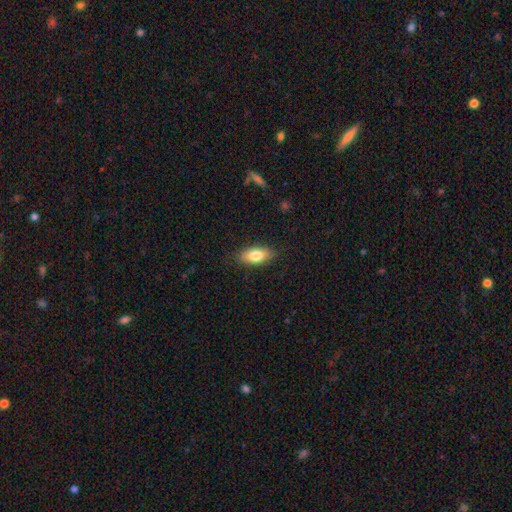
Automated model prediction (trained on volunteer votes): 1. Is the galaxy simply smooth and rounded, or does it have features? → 80% smooth, 14% featured or disk, 7% star or artifact.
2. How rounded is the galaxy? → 84% in between, 13% cigar-shaped, 3% round.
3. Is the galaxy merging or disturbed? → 85% none, 11% minor disturbance, 3% major disturbance, 1% merger.